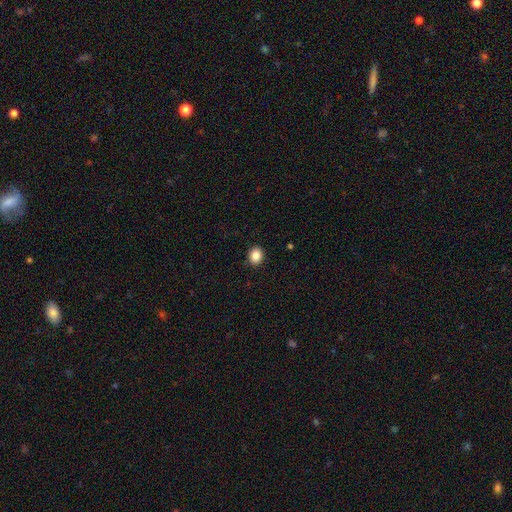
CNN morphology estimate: The model was most divided on "how rounded": round: 63%, in between: 36%, cigar-shaped: 1%. More confident: merging — none (91%); smooth or featured — smooth (86%).